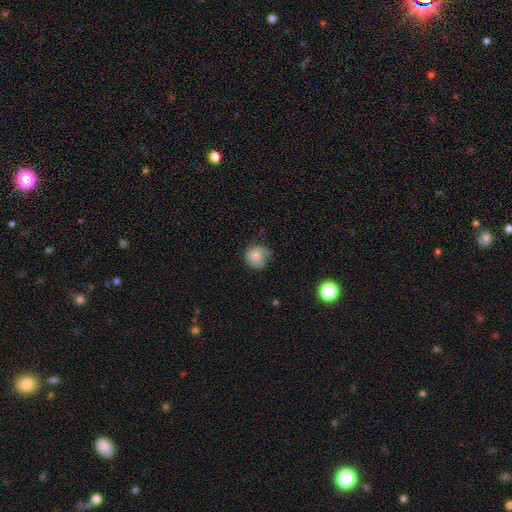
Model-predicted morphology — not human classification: Smooth or featured?
  - smooth: 78% *
  - featured or disk: 13%
  - star or artifact: 9%
How rounded?
  - round: 73% *
  - in between: 26%
  - cigar-shaped: 1%
Merging?
  - none: 44% *
  - minor disturbance: 35%
  - major disturbance: 18%
  - merger: 3%